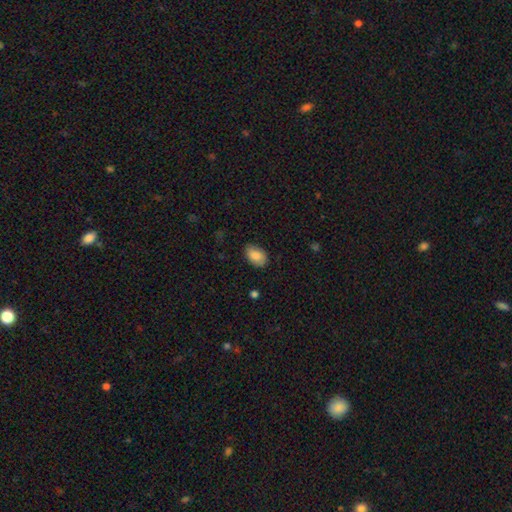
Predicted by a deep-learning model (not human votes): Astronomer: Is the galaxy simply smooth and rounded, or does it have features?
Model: smooth — 87%.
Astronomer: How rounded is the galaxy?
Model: in between — 90%.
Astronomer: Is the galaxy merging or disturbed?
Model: none — 82%.